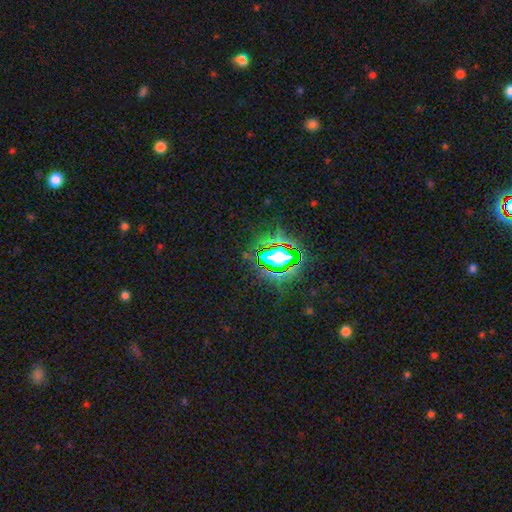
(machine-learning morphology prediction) This is likely a star or artifact rather than a galaxy (80%).